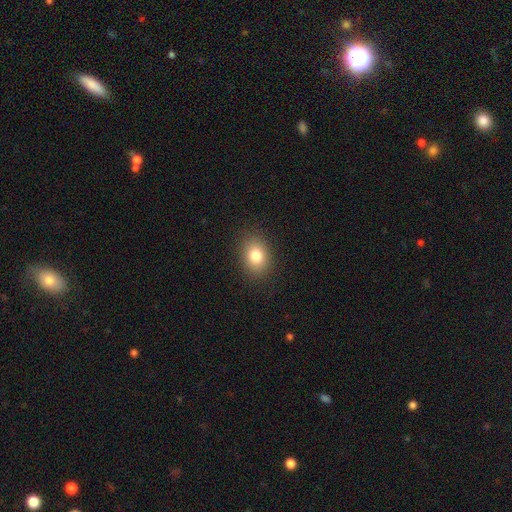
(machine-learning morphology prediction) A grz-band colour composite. It shows a smooth galaxy with no disk features (82%) that is in between round and cigar-shaped (61%). Merging: none (88%).